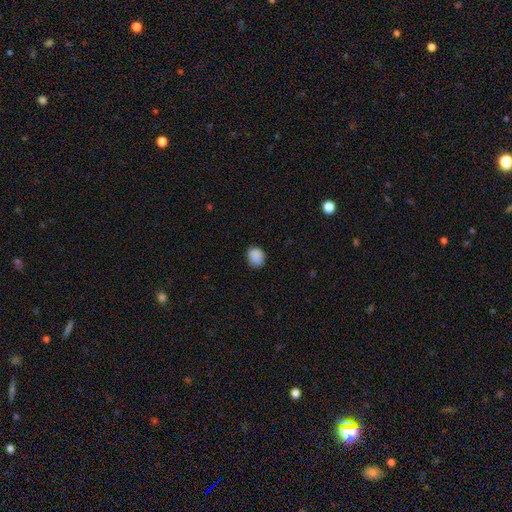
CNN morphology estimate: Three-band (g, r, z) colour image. It shows a smooth galaxy with no disk features (87%) that is round (68%). Merging: none (81%).